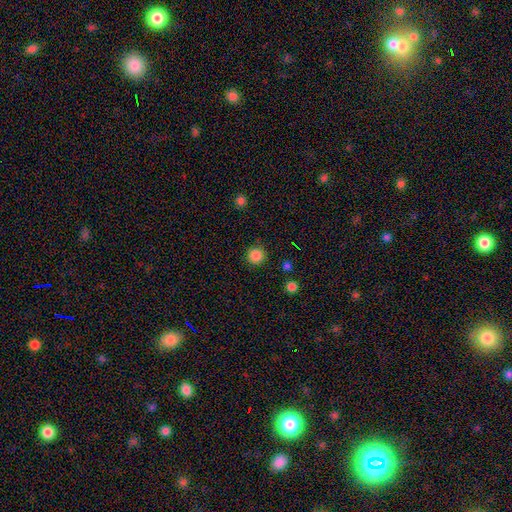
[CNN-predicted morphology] This appears to be a smooth galaxy with no disk features (85%) that is round (96%). Merging: none (91%).